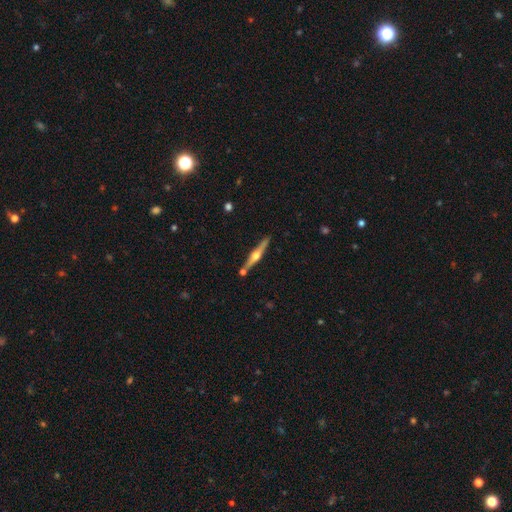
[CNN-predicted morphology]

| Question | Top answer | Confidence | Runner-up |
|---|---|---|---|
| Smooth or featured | featured or disk | 75% | smooth (20%) |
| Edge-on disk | yes | 98% | no (2%) |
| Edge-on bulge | rounded | 94% | boxy (3%) |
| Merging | none | 84% | minor disturbance (8%) |